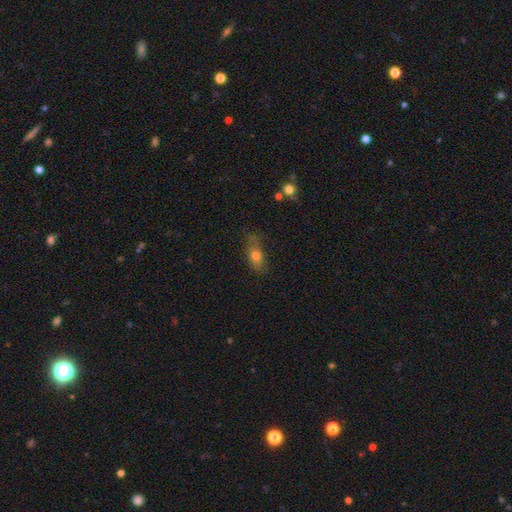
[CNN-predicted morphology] A smooth galaxy with no disk features (69%) that is in between round and cigar-shaped (69%).

Vote fractions:
- Smooth or featured? smooth: 69% / featured or disk: 19% / star or artifact: 12%
- How rounded? in between: 69% / cigar-shaped: 17% / round: 15%
- Merging? none: 58% / minor disturbance: 27% / major disturbance: 12% / merger: 3%